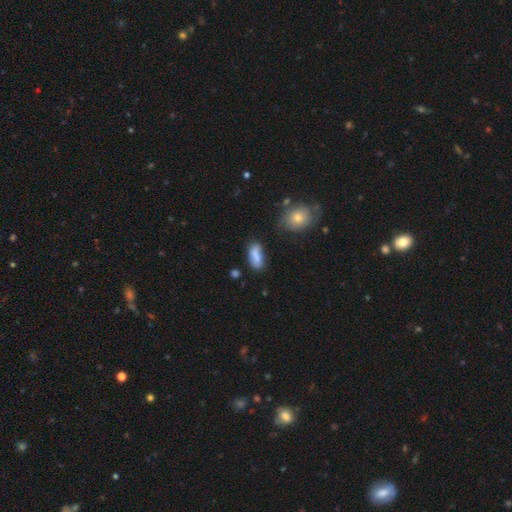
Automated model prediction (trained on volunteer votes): This is likely a smooth galaxy (78%). How rounded: likely in between (79%). Merging: possibly none (60%).